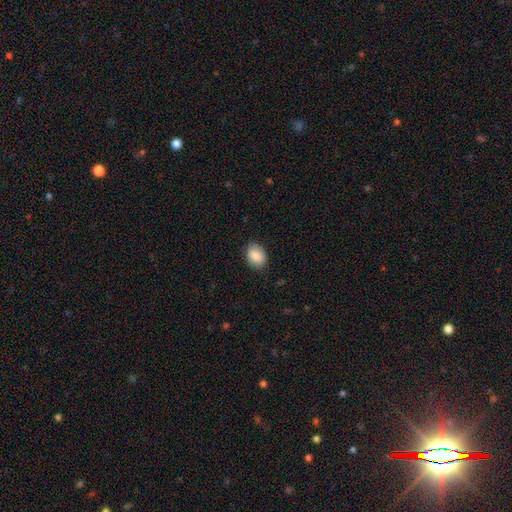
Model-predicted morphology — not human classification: Smooth or featured?
  - smooth: 87% *
  - star or artifact: 7%
  - featured or disk: 6%
How rounded?
  - in between: 73% *
  - round: 26%
  - cigar-shaped: 1%
Merging?
  - none: 84% *
  - minor disturbance: 13%
  - major disturbance: 3%
  - merger: 1%